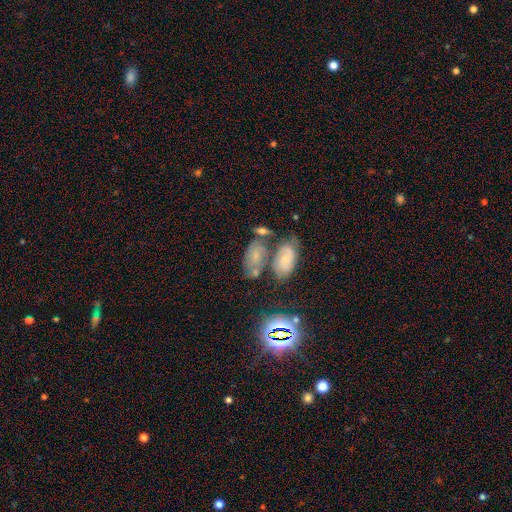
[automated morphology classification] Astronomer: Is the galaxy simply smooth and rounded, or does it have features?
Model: smooth — 53%.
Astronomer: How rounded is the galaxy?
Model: in between — 87%.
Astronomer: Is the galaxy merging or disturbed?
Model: none — 39% (runner-up: merger, 34%).